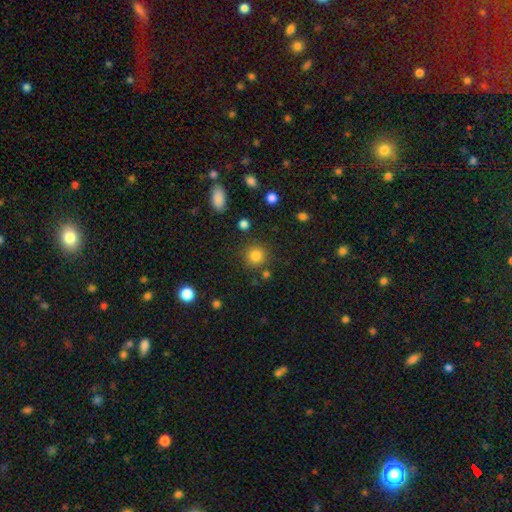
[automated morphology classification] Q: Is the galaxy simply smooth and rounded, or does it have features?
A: smooth — 83%.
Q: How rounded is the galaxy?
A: round — 91%.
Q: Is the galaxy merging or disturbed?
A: none — 84%.